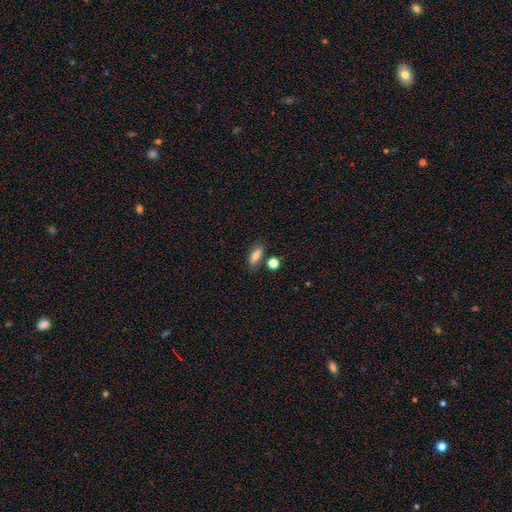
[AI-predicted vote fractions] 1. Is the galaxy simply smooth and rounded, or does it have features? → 78% smooth, 12% featured or disk, 9% star or artifact.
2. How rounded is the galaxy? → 75% in between, 19% cigar-shaped, 6% round.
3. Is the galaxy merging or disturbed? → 72% none, 14% minor disturbance, 10% merger, 4% major disturbance.